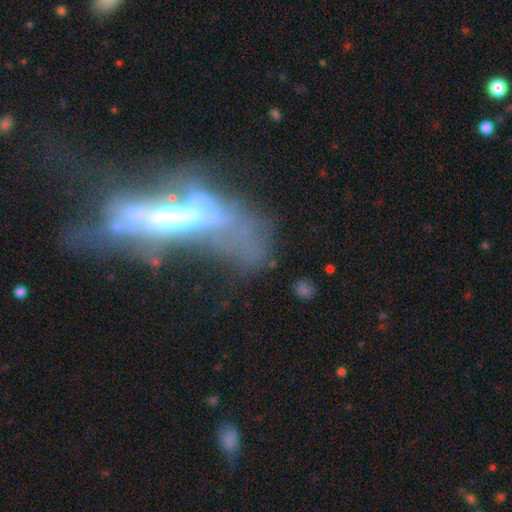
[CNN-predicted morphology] smooth_or_featured: featured or disk (p=0.39) [alt: smooth p=0.35]
merging: major disturbance (p=0.32) [alt: merger p=0.28]